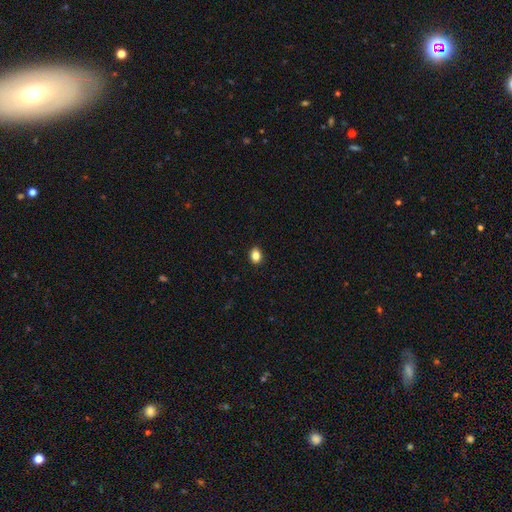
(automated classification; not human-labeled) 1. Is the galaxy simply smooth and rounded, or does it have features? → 86% smooth, 10% star or artifact, 4% featured or disk.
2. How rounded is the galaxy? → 61% in between, 38% round, 1% cigar-shaped.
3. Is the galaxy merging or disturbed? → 90% none, 7% minor disturbance, 2% major disturbance, 1% merger.